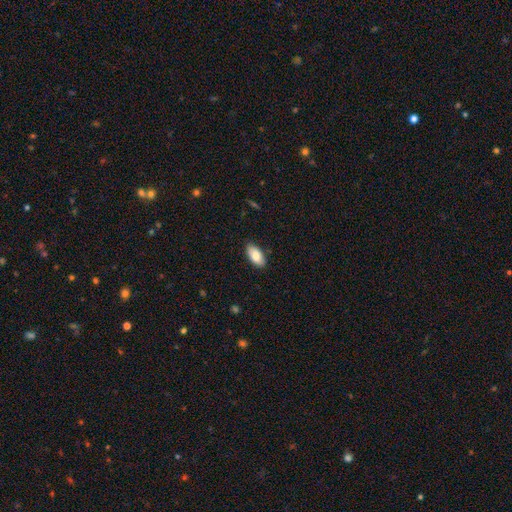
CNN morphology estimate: Q: Smooth or featured?
A: smooth (82%); runner-up: featured or disk (12%)
Q: How rounded?
A: in between (94%); runner-up: cigar-shaped (4%)
Q: Merging?
A: none (85%); runner-up: minor disturbance (12%)